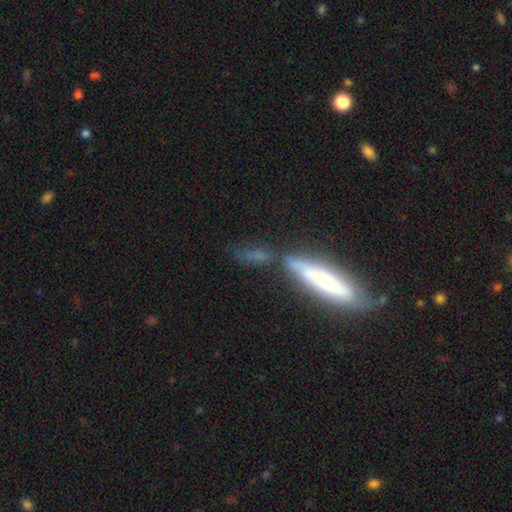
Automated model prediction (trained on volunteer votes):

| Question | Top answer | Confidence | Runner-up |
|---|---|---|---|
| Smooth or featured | smooth | 56% | featured or disk (30%) |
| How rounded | cigar-shaped | 60% | in between (34%) |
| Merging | none | 45% | merger (24%) |